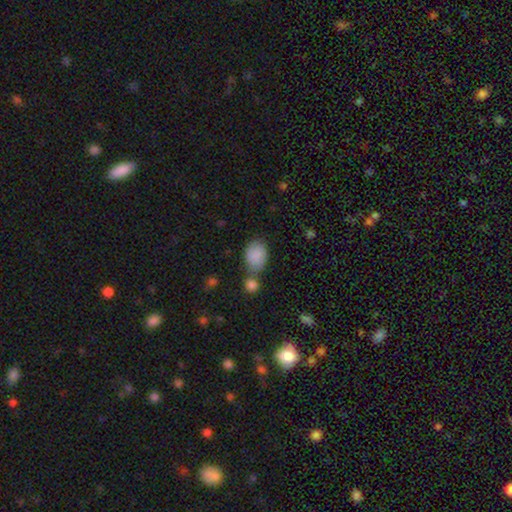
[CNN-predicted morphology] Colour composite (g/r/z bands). It shows a smooth galaxy with no disk features (87%) that is in between round and cigar-shaped (73%). Merging: none (51%).